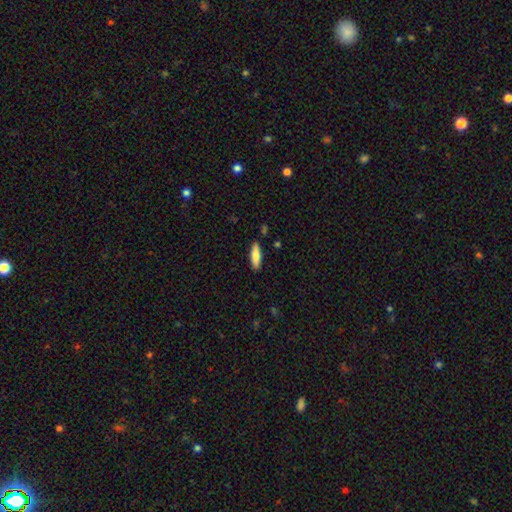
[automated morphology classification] smooth 77%, featured or disk 17%, star or artifact 6%. Down the decision tree: how rounded — cigar-shaped (59%); merging — none (86%).